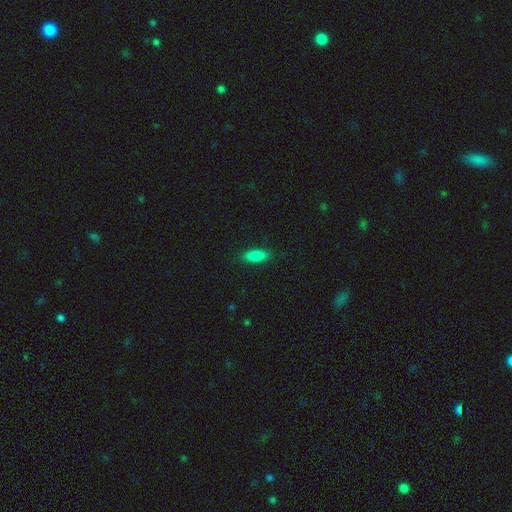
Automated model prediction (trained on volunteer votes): smooth 88%, star or artifact 8%, featured or disk 5%. Down the decision tree: how rounded — in between (74%); merging — none (86%).